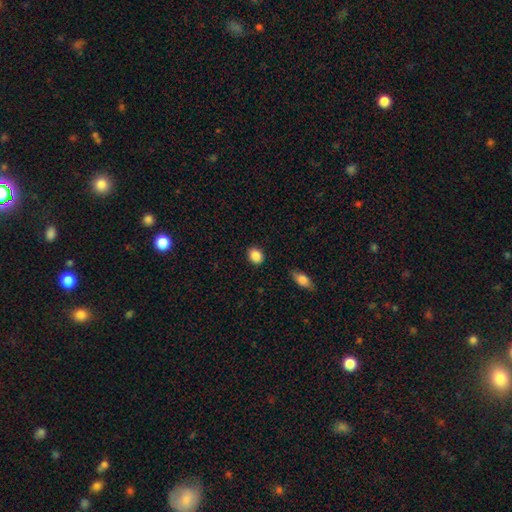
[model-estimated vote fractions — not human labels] smooth 87%, star or artifact 9%, featured or disk 4%. Down the decision tree: how rounded — round (51%); merging — none (88%).